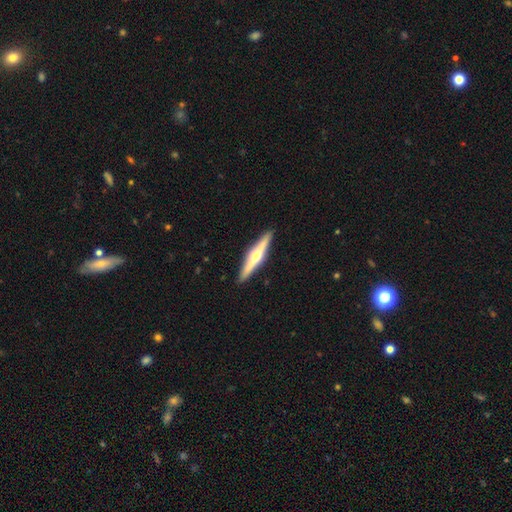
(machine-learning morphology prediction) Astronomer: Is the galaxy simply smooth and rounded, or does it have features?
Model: featured or disk — 73%.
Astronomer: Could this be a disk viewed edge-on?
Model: yes — 98%.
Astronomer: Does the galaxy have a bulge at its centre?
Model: rounded — 95%.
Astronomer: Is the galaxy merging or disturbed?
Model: none — 92%.